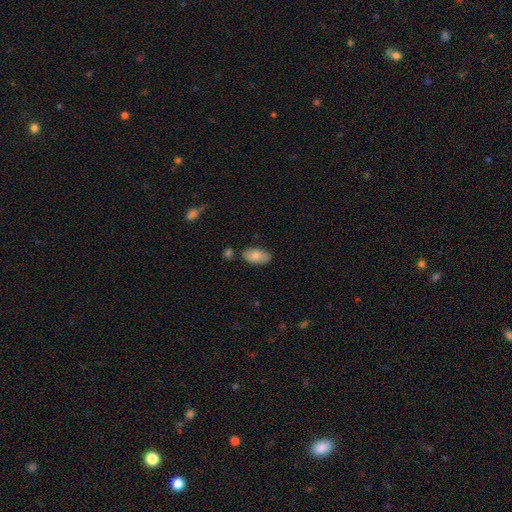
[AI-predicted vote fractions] smooth-or-featured: smooth: 80% | featured or disk: 14% | star or artifact: 6%
  how-rounded: in between: 94% | round: 3% | cigar-shaped: 3%
  merging: none: 77% | minor disturbance: 15% | merger: 4% | major disturbance: 3%